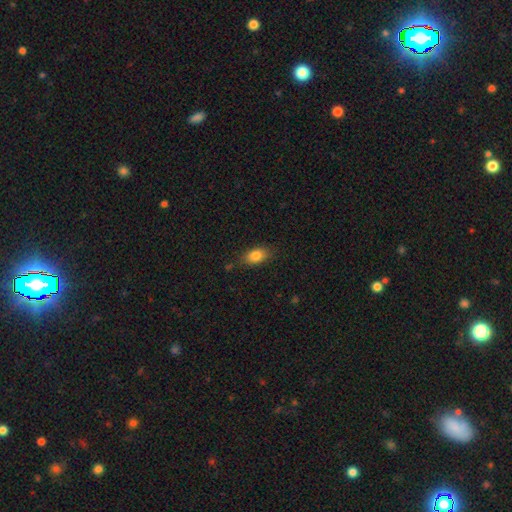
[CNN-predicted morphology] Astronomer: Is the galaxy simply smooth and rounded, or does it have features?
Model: smooth — 84%.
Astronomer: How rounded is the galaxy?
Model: in between — 85%.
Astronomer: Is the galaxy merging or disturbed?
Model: none — 80%.